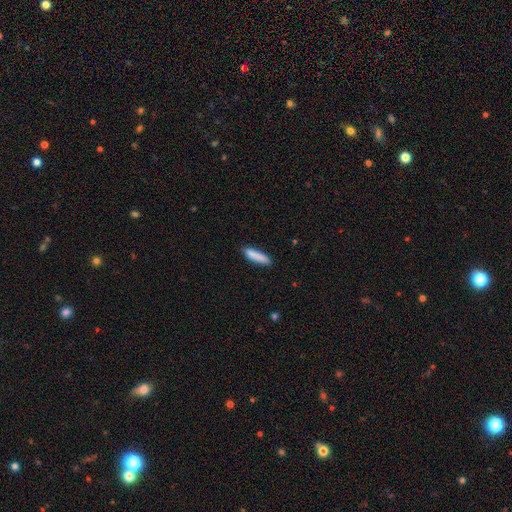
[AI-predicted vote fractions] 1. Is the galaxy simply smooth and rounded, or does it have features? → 87% smooth, 7% featured or disk, 6% star or artifact.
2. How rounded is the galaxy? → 80% cigar-shaped, 19% in between, 1% round.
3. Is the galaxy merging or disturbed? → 87% none, 10% minor disturbance, 2% major disturbance, 1% merger.